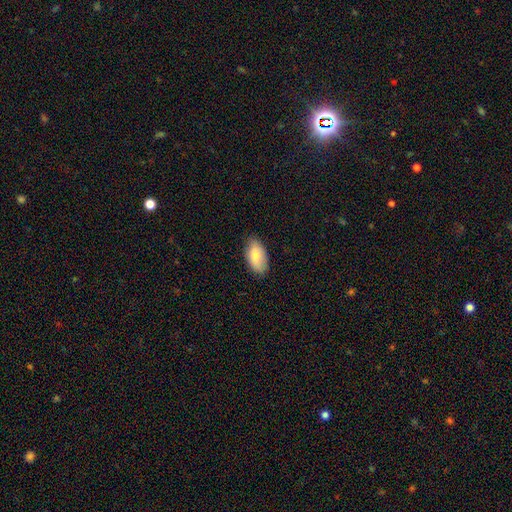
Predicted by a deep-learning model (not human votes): A smooth galaxy with no disk features (81%) that is in between round and cigar-shaped (94%).

Vote fractions:
- Smooth or featured? smooth: 81% / featured or disk: 12% / star or artifact: 6%
- How rounded? in between: 94% / round: 3% / cigar-shaped: 2%
- Merging? none: 81% / minor disturbance: 16% / major disturbance: 3% / merger: 1%